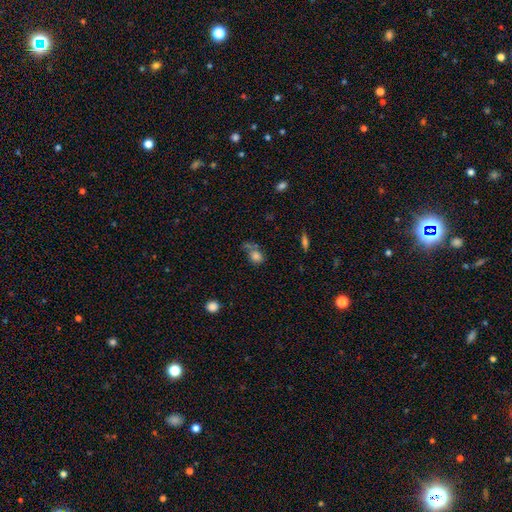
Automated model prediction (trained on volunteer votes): The model was most divided on "how rounded": round: 53%, in between: 46%, cigar-shaped: 2%. Remaining: smooth or featured — smooth (79%); merging — none (43%).